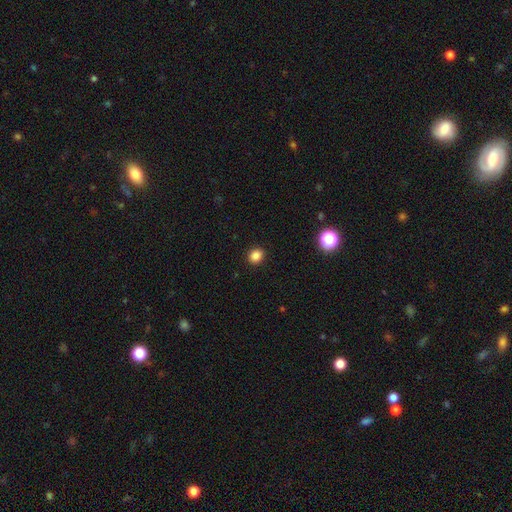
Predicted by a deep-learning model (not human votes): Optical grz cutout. It shows a smooth galaxy with no disk features (85%) that is round (75%). Merging: none (92%).